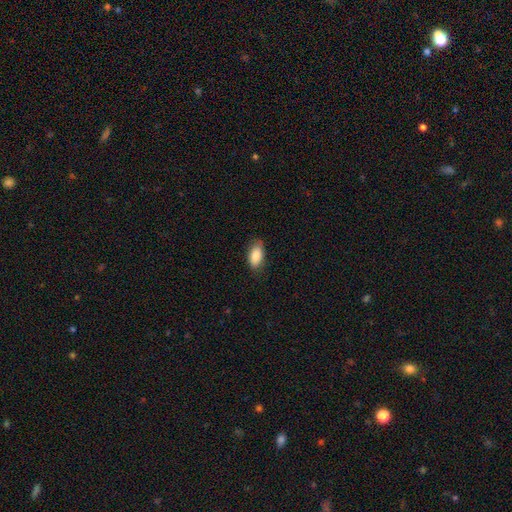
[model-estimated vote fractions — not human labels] Smooth or featured: smooth — 86% (featured or disk — 7%)
How rounded: in between — 92% (cigar-shaped — 4%)
Merging: none — 81% (minor disturbance — 15%)